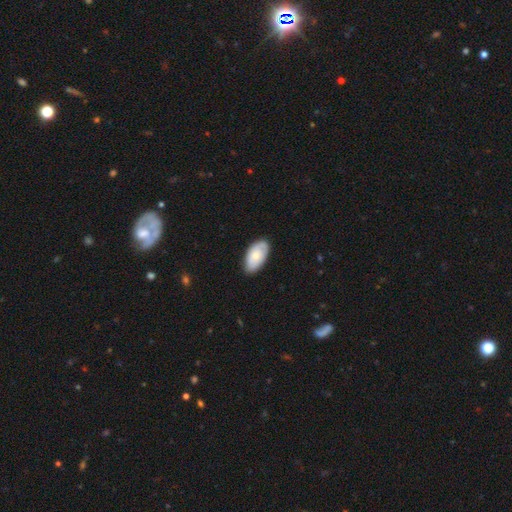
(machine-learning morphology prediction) type=smooth (63%); roundness=in between (95%); merging=none (81%).